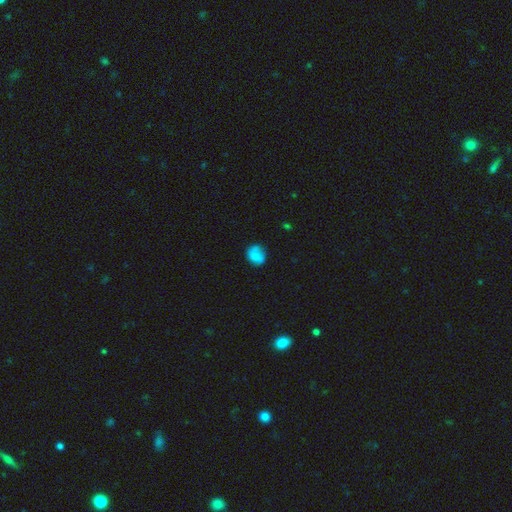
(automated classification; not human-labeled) Morphology: type=smooth (76%); roundness=round (70%); merging=none (61%).